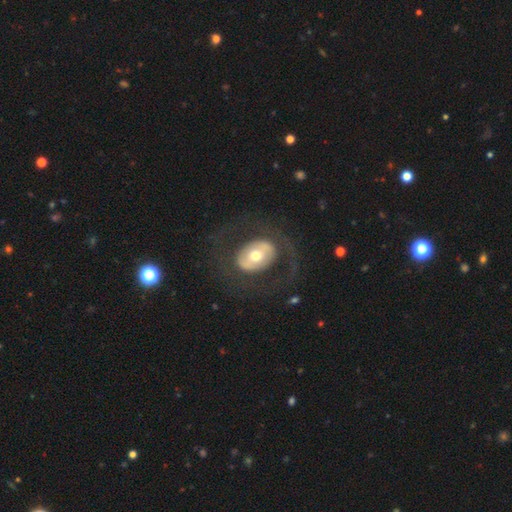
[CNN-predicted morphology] smooth_or_featured: featured or disk (p=0.60) [alt: smooth p=0.34]
disk_edge_on: no (p=0.93) [alt: yes p=0.07]
bar: no (p=0.58) [alt: weak p=0.24]
has_spiral_arms: no (p=0.58) [alt: yes p=0.42]
bulge_size: moderate (p=0.70) [alt: small p=0.14]
merging: none (p=0.70) [alt: major disturbance p=0.17]